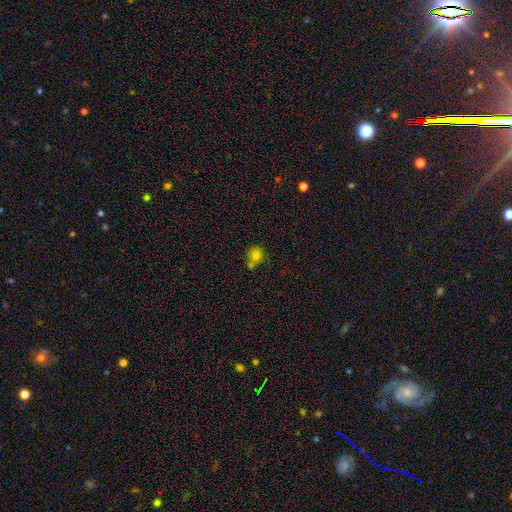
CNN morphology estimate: Q: Smooth or featured?
A: smooth (78%); runner-up: star or artifact (13%)
Q: How rounded?
A: round (78%); runner-up: in between (21%)
Q: Merging?
A: none (50%); runner-up: merger (29%)